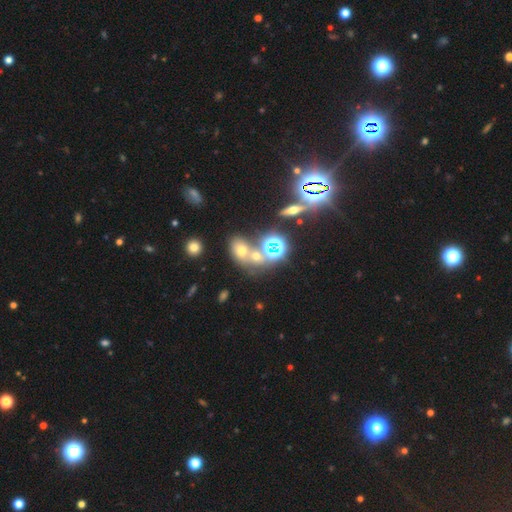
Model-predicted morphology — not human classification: Smooth or featured?
  - star or artifact: 44% *
  - smooth: 38%
  - featured or disk: 18%